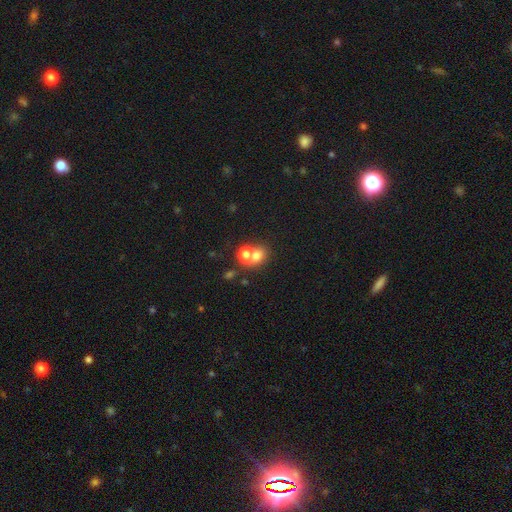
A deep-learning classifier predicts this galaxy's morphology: Smooth or featured?
  - smooth: 70% *
  - featured or disk: 16%
  - star or artifact: 13%
How rounded?
  - round: 67% *
  - in between: 32%
  - cigar-shaped: 1%
Merging?
  - merger: 56% *
  - none: 34%
  - minor disturbance: 6%
  - major disturbance: 4%